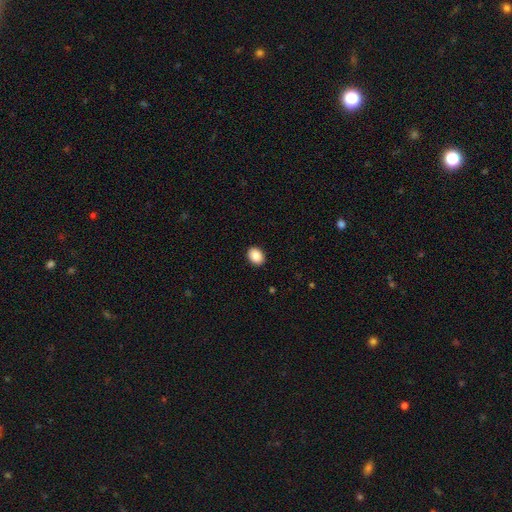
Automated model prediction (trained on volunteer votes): Smooth or featured? Predicted: smooth (p=0.89). How rounded? Predicted: in between (p=0.62). Merging? Predicted: none (p=0.91).